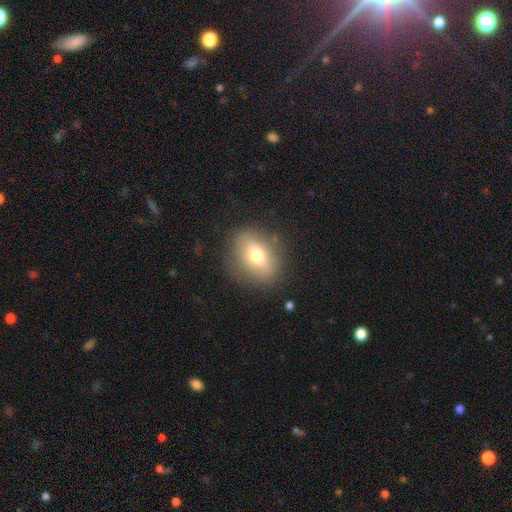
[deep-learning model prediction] smooth-or-featured: smooth: 64% | featured or disk: 27% | star or artifact: 9%
  how-rounded: in between: 67% | round: 29% | cigar-shaped: 4%
  merging: none: 82% | minor disturbance: 12% | major disturbance: 4% | merger: 2%